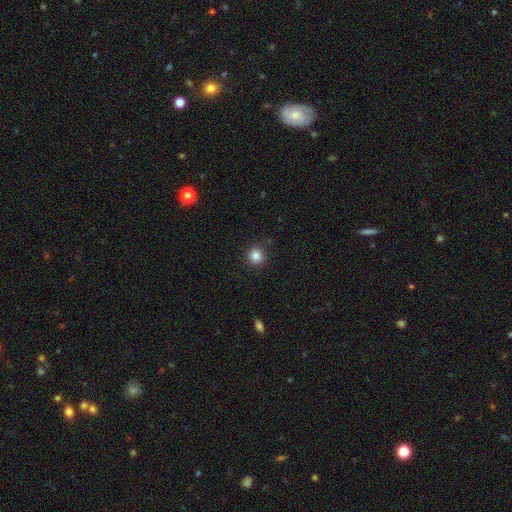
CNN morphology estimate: Q: Smooth or featured?
A: smooth (84%); runner-up: star or artifact (11%)
Q: How rounded?
A: round (93%); runner-up: in between (6%)
Q: Merging?
A: none (91%); runner-up: minor disturbance (6%)